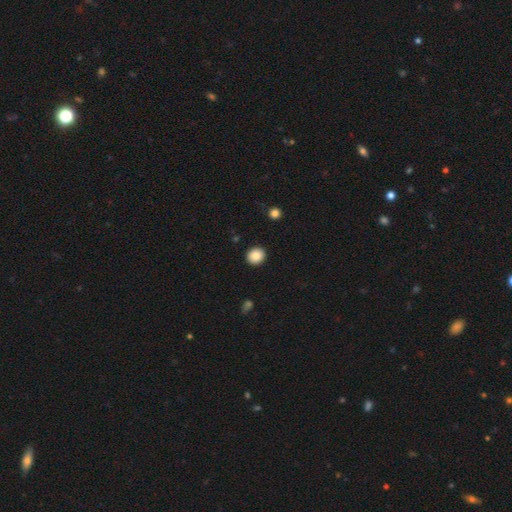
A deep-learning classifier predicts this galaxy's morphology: Smooth or featured? smooth (87%)
How rounded? round (78%)
Merging? none (91%)